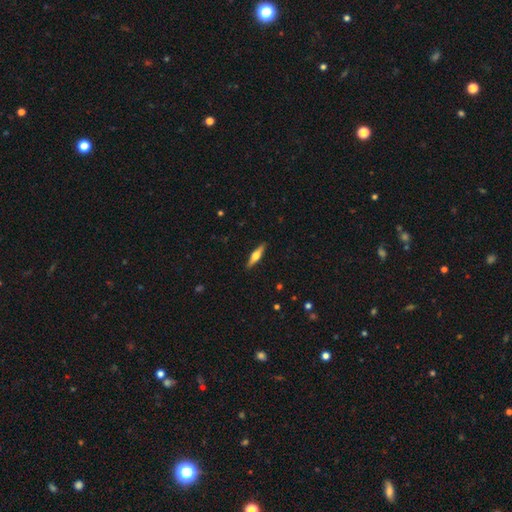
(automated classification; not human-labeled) Smooth or featured? featured or disk (57%)
Edge-on disk? yes (96%)
Edge-on bulge? rounded (91%)
Merging? none (90%)